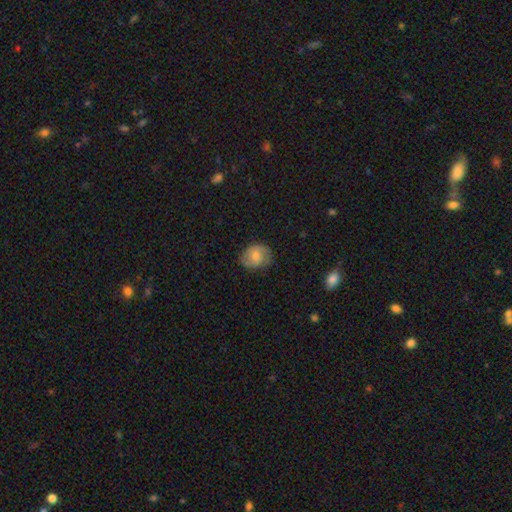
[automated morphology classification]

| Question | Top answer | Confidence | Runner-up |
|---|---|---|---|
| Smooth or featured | smooth | 72% | featured or disk (20%) |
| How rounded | round | 57% | in between (42%) |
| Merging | none | 73% | minor disturbance (20%) |